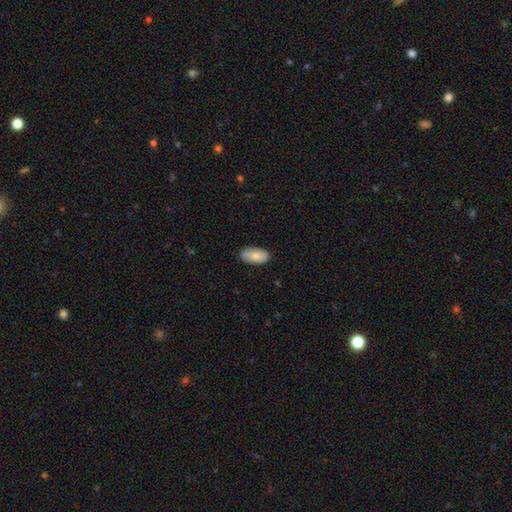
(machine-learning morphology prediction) Smooth or featured?
  - smooth: 79% *
  - featured or disk: 15%
  - star or artifact: 6%
How rounded?
  - in between: 94% *
  - cigar-shaped: 3%
  - round: 3%
Merging?
  - none: 84% *
  - minor disturbance: 12%
  - major disturbance: 2%
  - merger: 1%